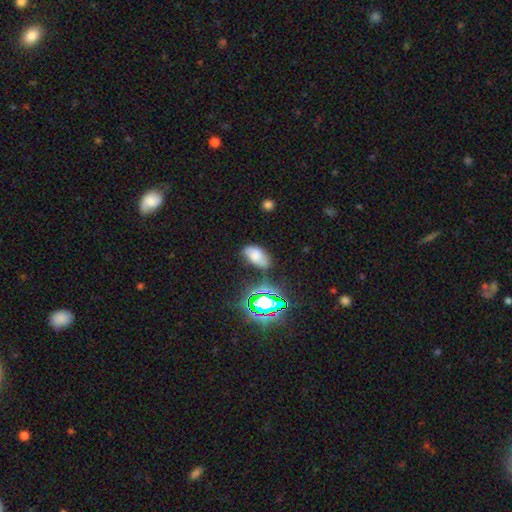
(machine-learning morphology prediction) smooth-or-featured: smooth: 63% | star or artifact: 20% | featured or disk: 17%
  how-rounded: in between: 92% | round: 6% | cigar-shaped: 2%
  merging: none: 64% | minor disturbance: 24% | major disturbance: 7% | merger: 5%